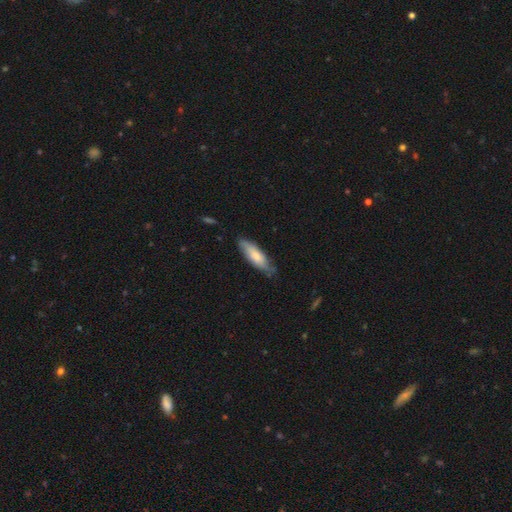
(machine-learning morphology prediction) smooth 72%, featured or disk 23%, star or artifact 5%. Down the decision tree: how rounded — in between (49%, tied with cigar-shaped); merging — none (70%).